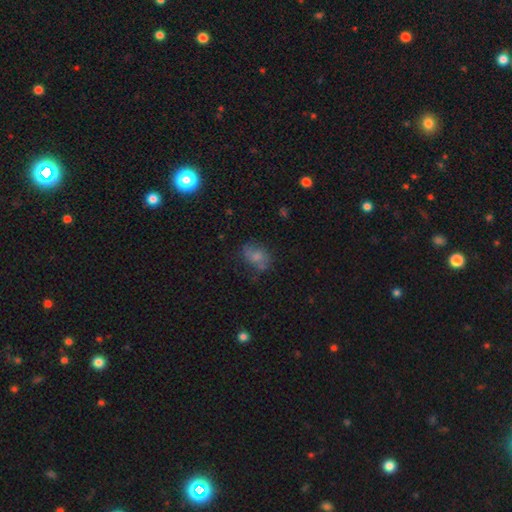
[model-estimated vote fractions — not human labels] smooth-or-featured: smooth: 56% | featured or disk: 26% | star or artifact: 18%
  how-rounded: in between: 68% | round: 30% | cigar-shaped: 2%
  merging: none: 61% | minor disturbance: 24% | major disturbance: 10% | merger: 5%